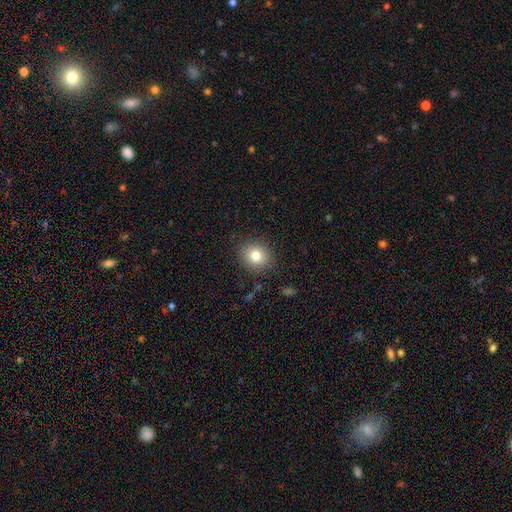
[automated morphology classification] This appears to be a smooth galaxy with no disk features (79%) that is round (77%). Merging: none (88%).